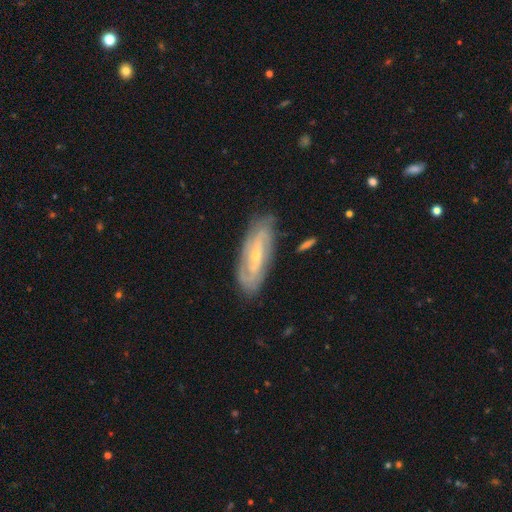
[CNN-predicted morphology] Smooth or featured? featured or disk (78%)
Edge-on disk? no (86%)
Bar? no (41%)
Spiral arms? yes (89%)
Spiral winding? tight (53%)
Spiral arm count? 2 (47%)
Bulge size? small (72%)
Merging? none (80%)